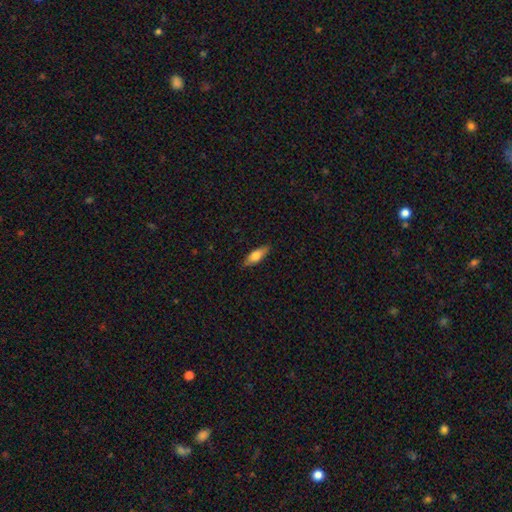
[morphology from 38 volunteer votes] A smooth galaxy with no disk features (55%) that is in between round and cigar-shaped (71%). Merging: none (89%).